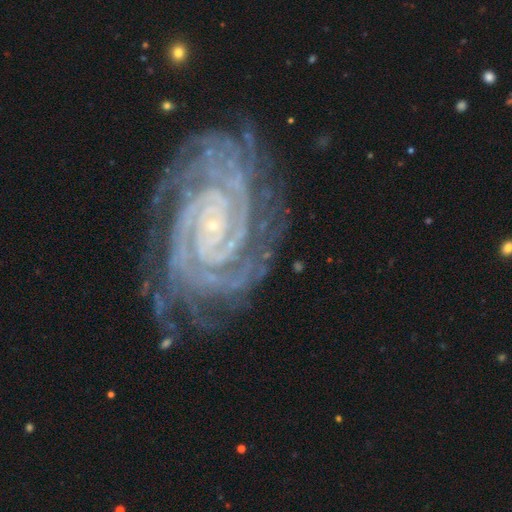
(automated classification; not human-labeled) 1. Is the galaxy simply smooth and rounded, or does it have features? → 93% featured or disk, 5% star or artifact, 3% smooth.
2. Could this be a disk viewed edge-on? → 98% no, 2% yes.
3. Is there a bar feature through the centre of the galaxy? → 66% no, 21% weak, 13% strong.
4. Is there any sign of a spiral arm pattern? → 99% yes, 1% no.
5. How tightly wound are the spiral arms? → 87% tight, 11% medium, 2% loose.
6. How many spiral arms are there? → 30% 2, 16% 4, 16% more than 4, 16% 3, 14% can't tell, 9% 1.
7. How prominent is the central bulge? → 89% small, 6% moderate, 3% none, 1% large, 1% dominant.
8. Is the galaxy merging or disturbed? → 74% none, 17% minor disturbance, 6% major disturbance, 3% merger.